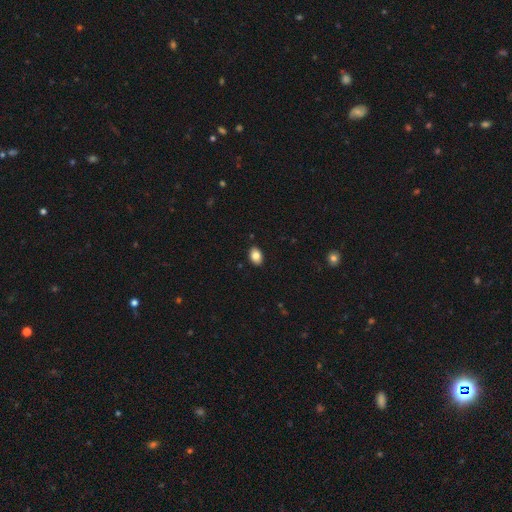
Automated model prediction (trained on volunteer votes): Q: Smooth or featured?
A: smooth (84%); runner-up: star or artifact (8%)
Q: How rounded?
A: in between (80%); runner-up: round (19%)
Q: Merging?
A: none (89%); runner-up: minor disturbance (8%)